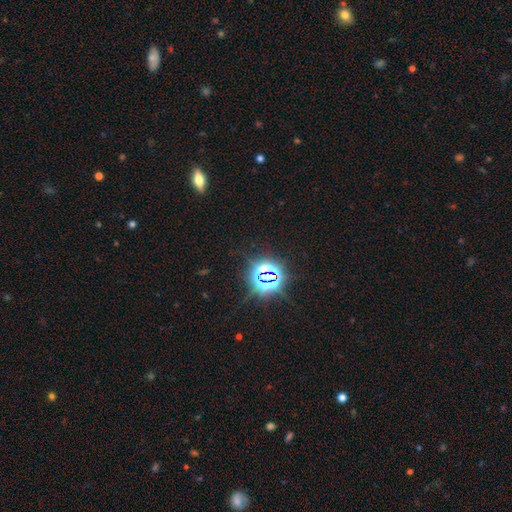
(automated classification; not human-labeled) A star or artifact, not a galaxy (81%).